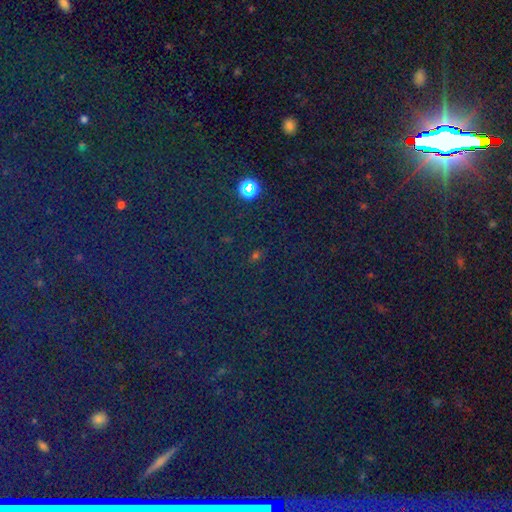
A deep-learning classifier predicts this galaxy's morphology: The model was most divided on "smooth or featured": star or artifact: 58%, smooth: 33%, featured or disk: 9%.